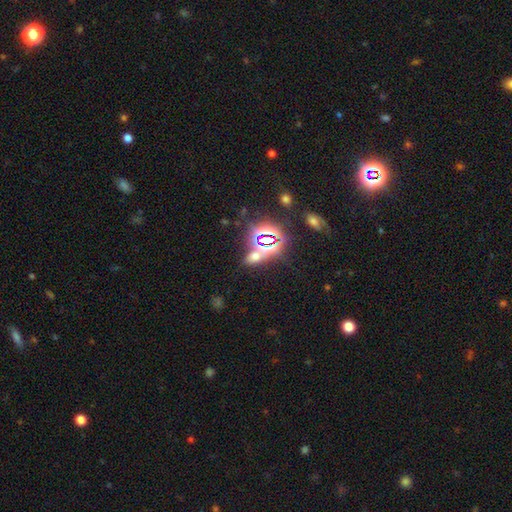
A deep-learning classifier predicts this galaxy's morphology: Q: Smooth or featured?
A: star or artifact (56%); runner-up: smooth (36%)